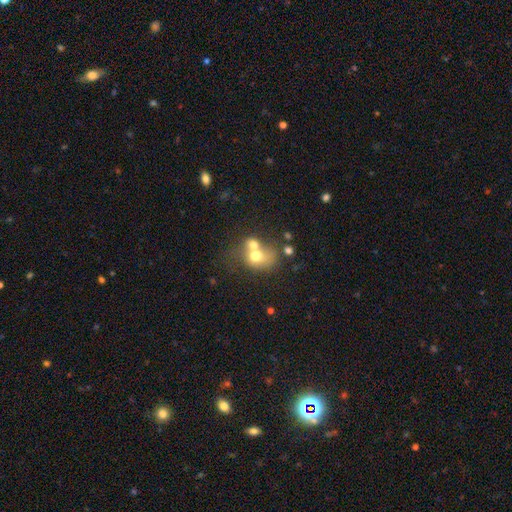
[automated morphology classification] Overall: smooth (65%). How rounded: round (59%; in between 40%). Merging: merger (64%).